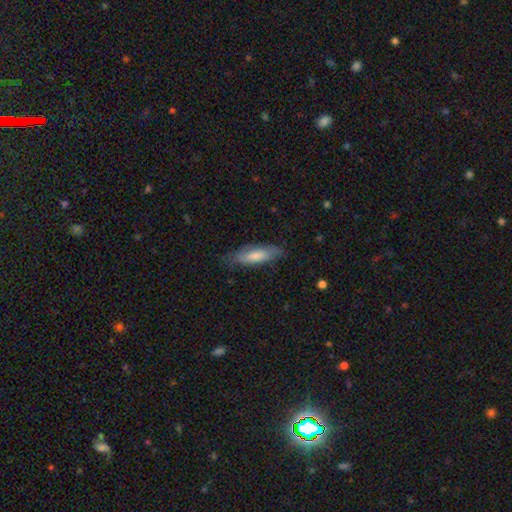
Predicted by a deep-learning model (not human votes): Smooth or featured? smooth (67%)
How rounded? cigar-shaped (55%)
Merging? none (77%)